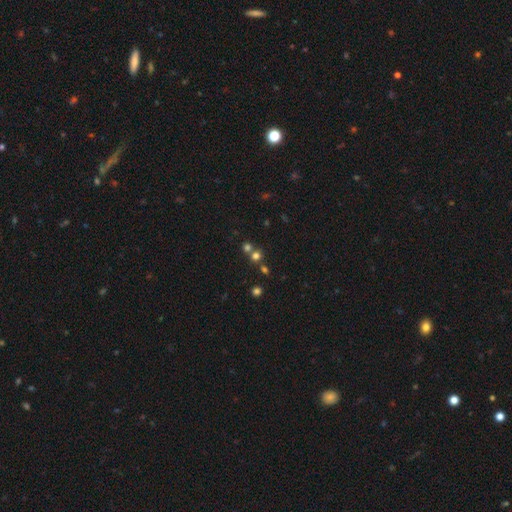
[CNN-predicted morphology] Smooth or featured: smooth — 65% (star or artifact — 25%)
How rounded: round — 86% (in between — 13%)
Merging: none — 55% (merger — 35%)